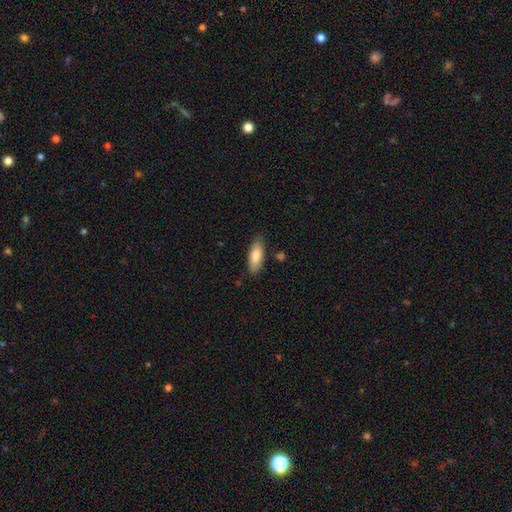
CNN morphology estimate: A smooth galaxy with no disk features (78%) that is in between round and cigar-shaped (72%). Merging: none (82%).